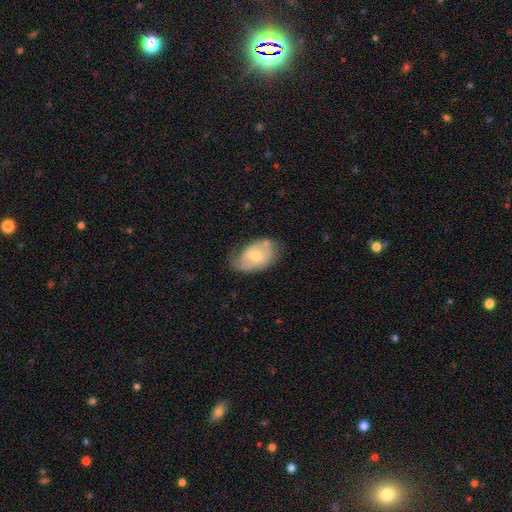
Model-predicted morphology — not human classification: smooth_or_featured: featured or disk (p=0.55) [alt: smooth p=0.39]
disk_edge_on: no (p=0.94) [alt: yes p=0.06]
bar: no (p=0.58) [alt: weak p=0.35]
has_spiral_arms: yes (p=0.74) [alt: no p=0.26]
bulge_size: moderate (p=0.54) [alt: small p=0.41]
merging: none (p=0.54) [alt: minor disturbance p=0.31]